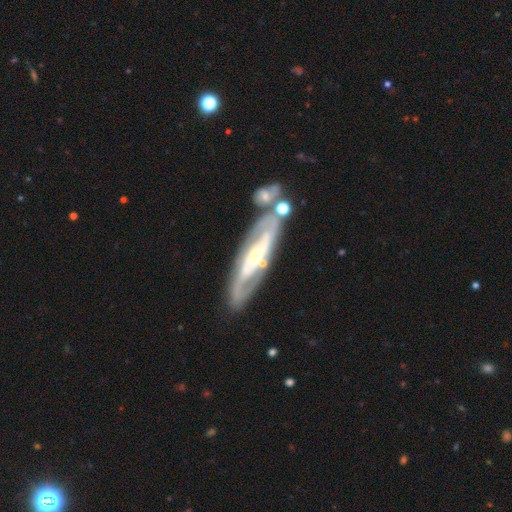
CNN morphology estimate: Smooth or featured?
  - featured or disk: 85% *
  - smooth: 10%
  - star or artifact: 5%
Edge-on disk?
  - no: 82% *
  - yes: 18%
Bar?
  - no: 41% *
  - strong: 31%
  - weak: 28%
Spiral arms?
  - yes: 88% *
  - no: 12%
Spiral winding?
  - tight: 49% *
  - medium: 38%
  - loose: 13%
Spiral arm count?
  - 2: 69% *
  - can't tell: 20%
  - 3: 4%
  - 1: 3%
  - 4: 2%
  - more than 4: 2%
Bulge size?
  - small: 59% *
  - moderate: 36%
  - large: 2%
  - none: 1%
  - dominant: 1%
Merging?
  - none: 68% *
  - minor disturbance: 14%
  - merger: 12%
  - major disturbance: 6%